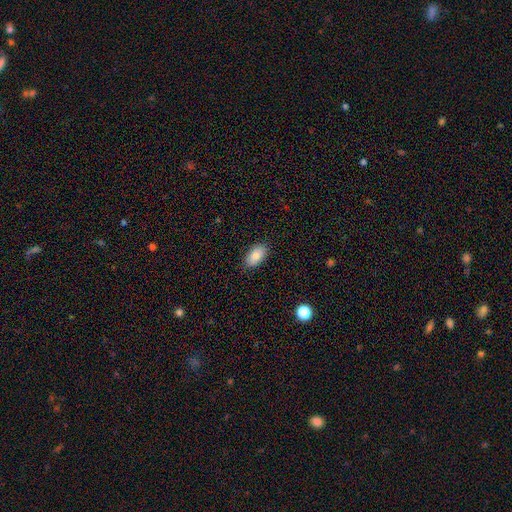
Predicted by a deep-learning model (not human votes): smooth_or_featured: smooth (p=0.85) [alt: featured or disk p=0.08]
how_rounded: in between (p=0.93) [alt: round p=0.04]
merging: none (p=0.87) [alt: minor disturbance p=0.10]